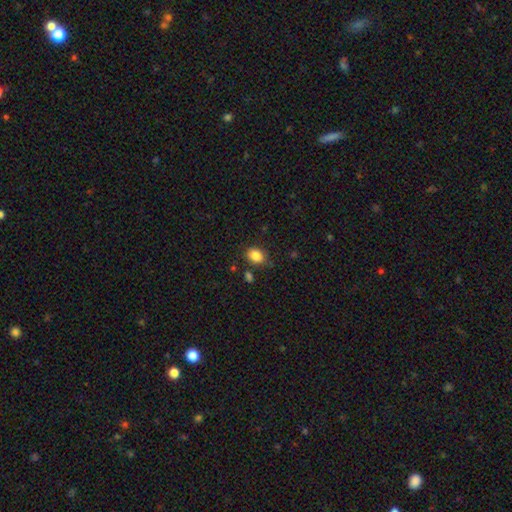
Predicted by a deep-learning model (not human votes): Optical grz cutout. It shows a smooth galaxy with no disk features (85%) that is in between round and cigar-shaped (56%). Merging: none (79%).